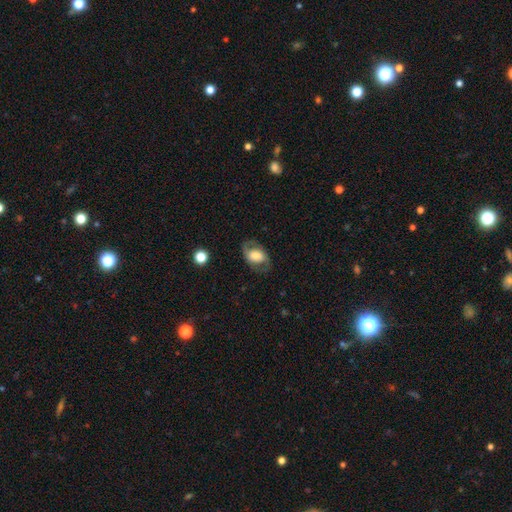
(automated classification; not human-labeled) Morphology: type=featured or disk (51%); edge-on=no (94%); merging=none (72%).